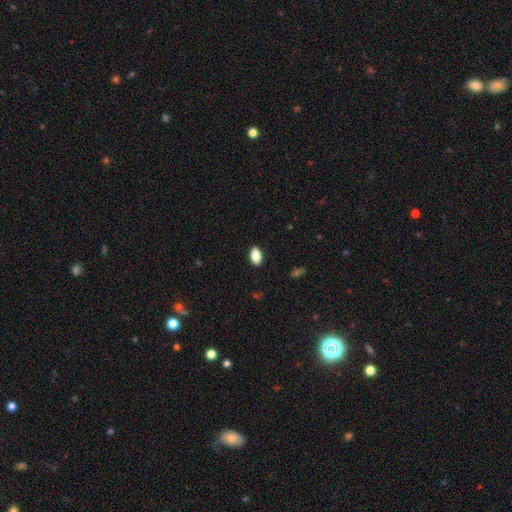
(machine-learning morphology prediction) A smooth galaxy with no disk features (85%) that is in between round and cigar-shaped (91%).

Vote fractions:
- Smooth or featured? smooth: 85% / star or artifact: 8% / featured or disk: 7%
- How rounded? in between: 91% / round: 5% / cigar-shaped: 4%
- Merging? none: 89% / minor disturbance: 8% / major disturbance: 2% / merger: 1%